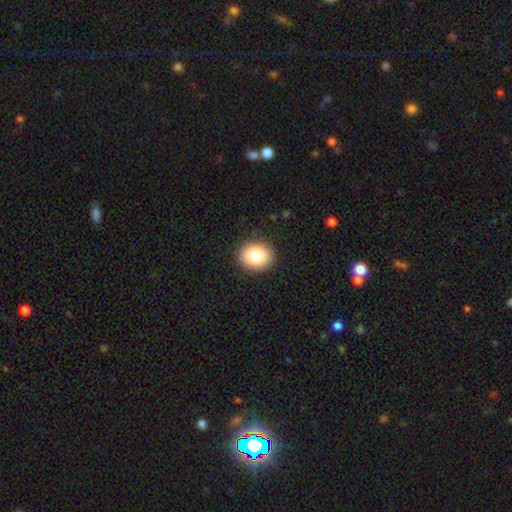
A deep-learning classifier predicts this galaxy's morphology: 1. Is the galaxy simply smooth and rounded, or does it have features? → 80% smooth, 10% featured or disk, 9% star or artifact.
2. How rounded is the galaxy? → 70% round, 29% in between, 1% cigar-shaped.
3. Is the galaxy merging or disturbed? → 91% none, 6% minor disturbance, 2% major disturbance, 1% merger.